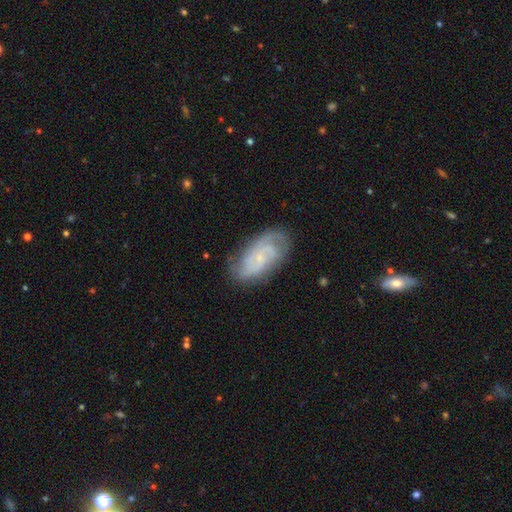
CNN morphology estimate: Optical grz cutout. It shows a featured or disk galaxy (68%) with no bar (63%), tight (52%) spiral arms (94%) and a small central bulge (67%). Merging: none (78%).